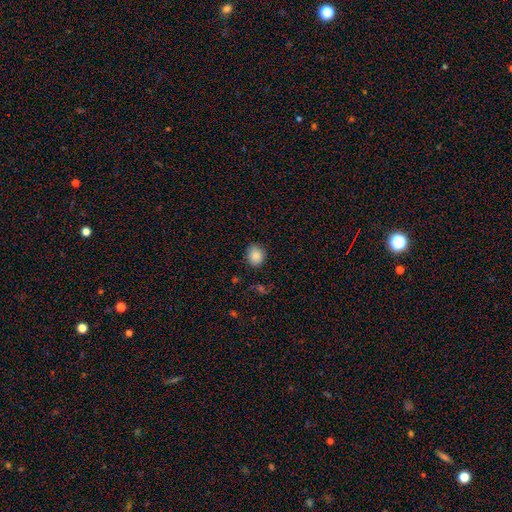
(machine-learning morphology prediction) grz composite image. It shows a smooth galaxy with no disk features (87%) that is round (73%). Merging: none (85%).